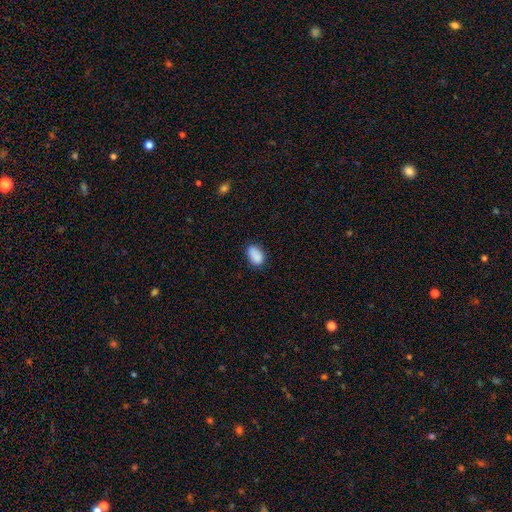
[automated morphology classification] smooth_or_featured: smooth (p=0.88) [alt: star or artifact p=0.08]
how_rounded: in between (p=0.88) [alt: round p=0.11]
merging: none (p=0.75) [alt: minor disturbance p=0.20]